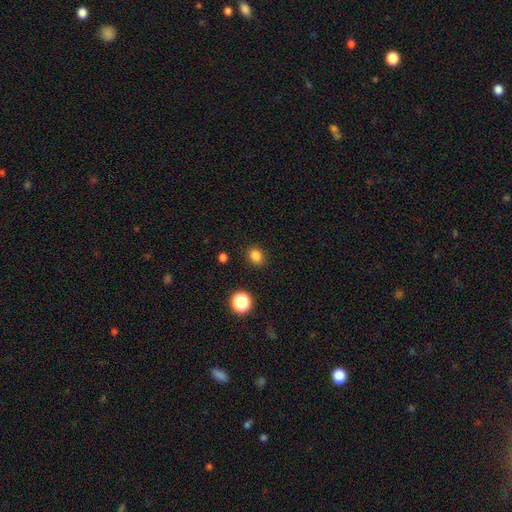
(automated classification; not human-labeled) A smooth galaxy with no disk features (83%) that is round (60%).

Vote fractions:
- Smooth or featured? smooth: 83% / star or artifact: 14% / featured or disk: 4%
- How rounded? round: 60% / in between: 39% / cigar-shaped: 1%
- Merging? none: 86% / minor disturbance: 9% / major disturbance: 3% / merger: 2%